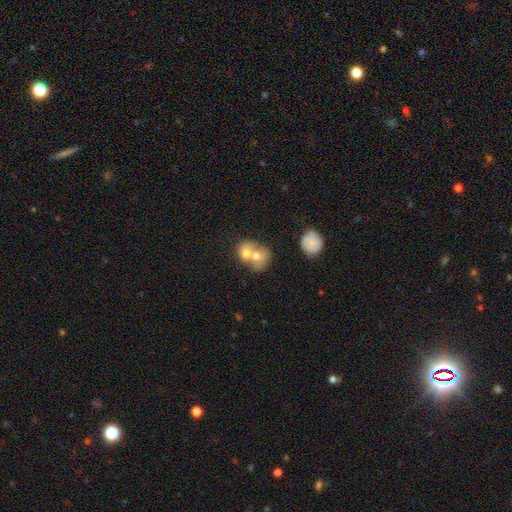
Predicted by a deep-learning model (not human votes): The model was most divided on "how rounded": round: 66%, in between: 33%, cigar-shaped: 1%. More confident: merging — merger (70%); smooth or featured — smooth (64%).